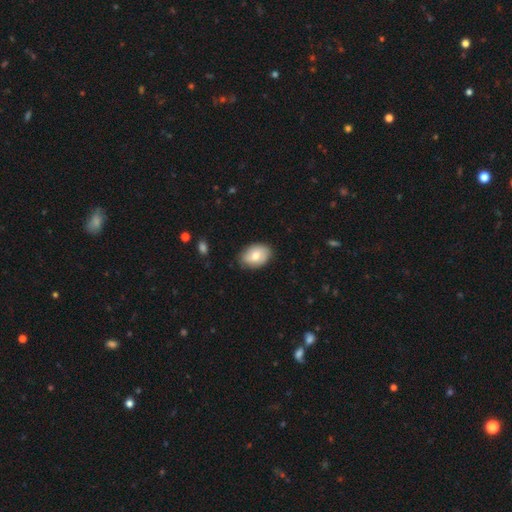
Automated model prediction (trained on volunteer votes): A smooth galaxy with no disk features (73%) that is in between round and cigar-shaped (83%).

Vote fractions:
- Smooth or featured? smooth: 73% / featured or disk: 21% / star or artifact: 6%
- How rounded? in between: 83% / round: 15% / cigar-shaped: 1%
- Merging? none: 81% / minor disturbance: 15% / major disturbance: 3% / merger: 1%